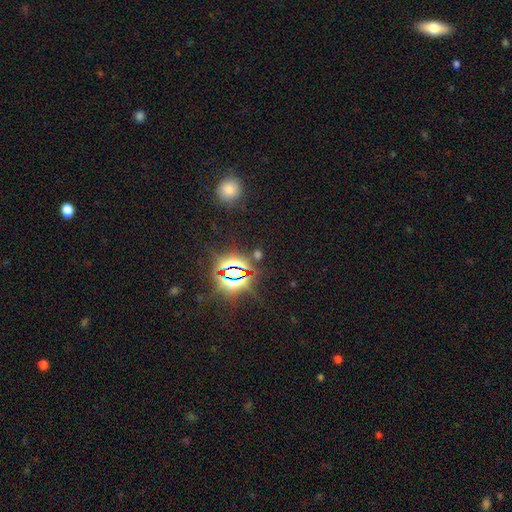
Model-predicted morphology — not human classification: This appears to be a star or artifact, not a galaxy (80%).